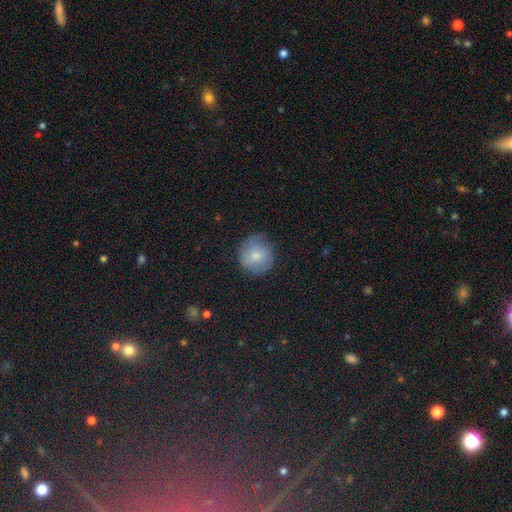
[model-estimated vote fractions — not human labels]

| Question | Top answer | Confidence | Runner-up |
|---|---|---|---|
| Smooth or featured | smooth | 74% | featured or disk (18%) |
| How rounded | round | 93% | in between (6%) |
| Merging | none | 73% | minor disturbance (21%) |